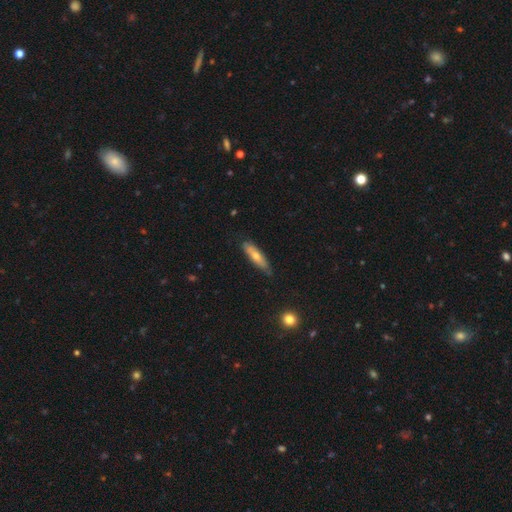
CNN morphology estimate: smooth-or-featured: smooth: 61% | featured or disk: 33% | star or artifact: 6%
  how-rounded: cigar-shaped: 62% | in between: 36% | round: 2%
  merging: none: 74% | minor disturbance: 21% | major disturbance: 3% | merger: 2%